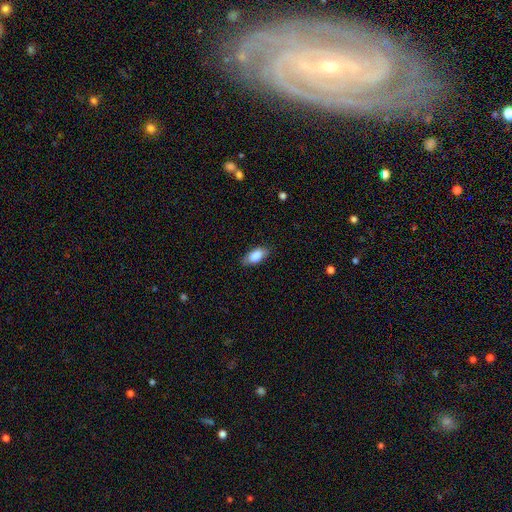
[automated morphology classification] type=smooth (85%); roundness=in between (88%); merging=none (82%).